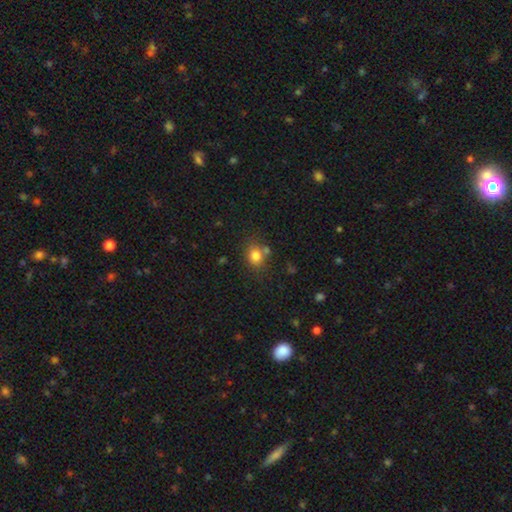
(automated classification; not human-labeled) Q: Smooth or featured?
A: smooth (80%); runner-up: star or artifact (12%)
Q: How rounded?
A: round (65%); runner-up: in between (34%)
Q: Merging?
A: none (66%); runner-up: merger (15%)